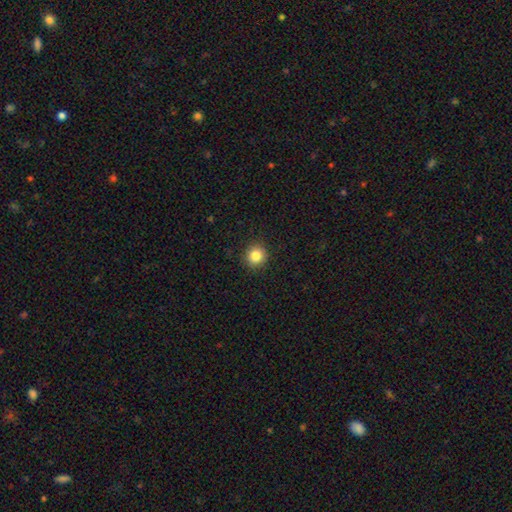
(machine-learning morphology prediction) smooth_or_featured: smooth (p=0.84) [alt: star or artifact p=0.10]
how_rounded: round (p=0.93) [alt: in between p=0.06]
merging: none (p=0.92) [alt: minor disturbance p=0.05]